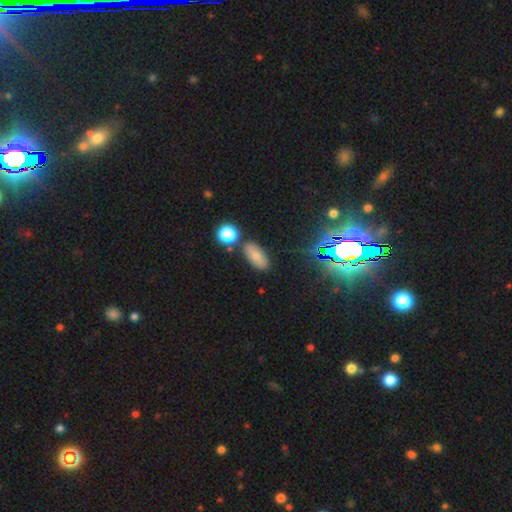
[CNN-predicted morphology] smooth-or-featured: smooth: 71% | star or artifact: 15% | featured or disk: 14%
  how-rounded: in between: 86% | cigar-shaped: 8% | round: 6%
  merging: none: 76% | minor disturbance: 13% | merger: 8% | major disturbance: 4%